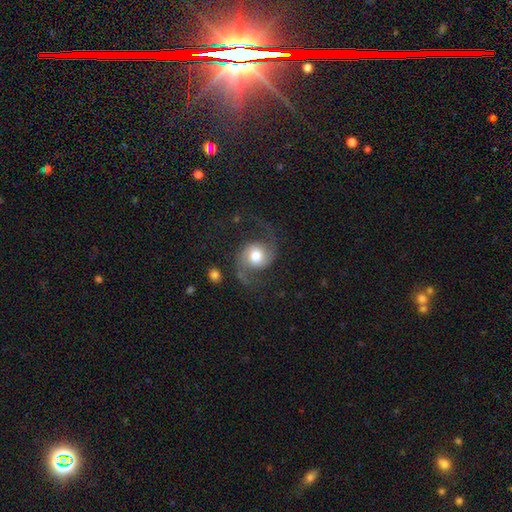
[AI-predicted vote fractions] Smooth or featured?
  - featured or disk: 81% *
  - smooth: 13%
  - star or artifact: 6%
Edge-on disk?
  - no: 98% *
  - yes: 2%
Bar?
  - no: 67% *
  - weak: 27%
  - strong: 7%
Spiral arms?
  - yes: 96% *
  - no: 4%
Spiral winding?
  - loose: 59% *
  - medium: 34%
  - tight: 6%
Spiral arm count?
  - 2: 94% *
  - 1: 2%
  - can't tell: 1%
  - 3: 1%
  - 4: 1%
  - more than 4: 1%
Bulge size?
  - moderate: 49% *
  - large: 35%
  - dominant: 8%
  - small: 6%
  - none: 2%
Merging?
  - none: 69% *
  - minor disturbance: 14%
  - major disturbance: 14%
  - merger: 2%